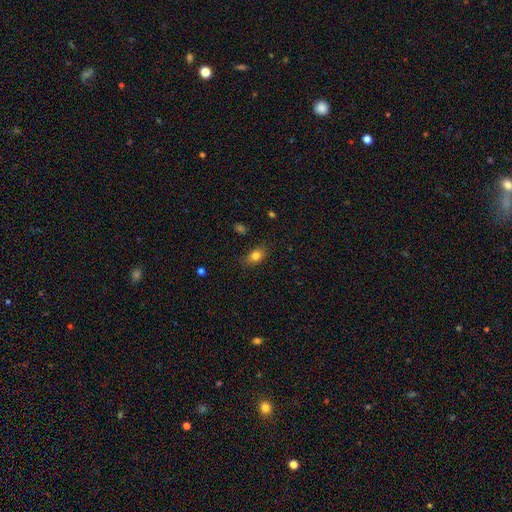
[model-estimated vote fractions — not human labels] The model was most divided on "how rounded": in between: 72%, round: 25%, cigar-shaped: 3%. More confident: smooth or featured — smooth (81%); merging — none (79%).